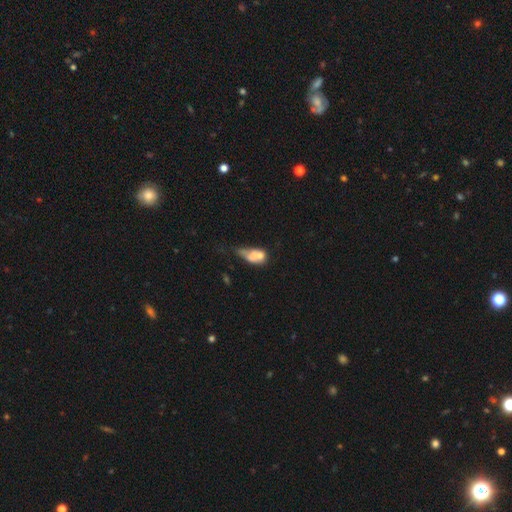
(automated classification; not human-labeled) Q: Smooth or featured?
A: smooth (56%); runner-up: featured or disk (32%)
Q: How rounded?
A: in between (67%); runner-up: round (26%)
Q: Merging?
A: merger (42%); runner-up: major disturbance (22%)